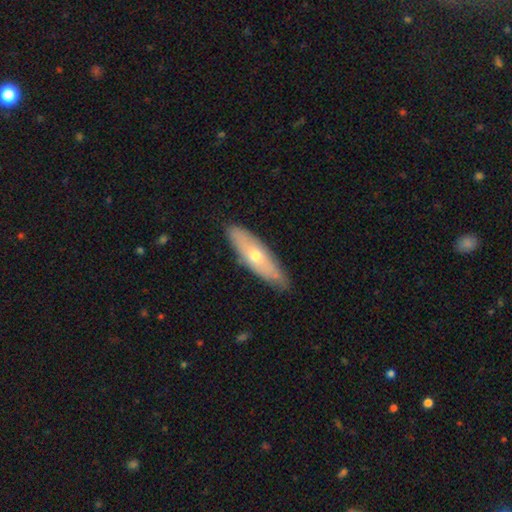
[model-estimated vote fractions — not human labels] Smooth or featured?
  - smooth: 54% *
  - featured or disk: 40%
  - star or artifact: 6%
How rounded?
  - cigar-shaped: 54% *
  - in between: 44%
  - round: 2%
Merging?
  - none: 79% *
  - minor disturbance: 16%
  - major disturbance: 3%
  - merger: 1%